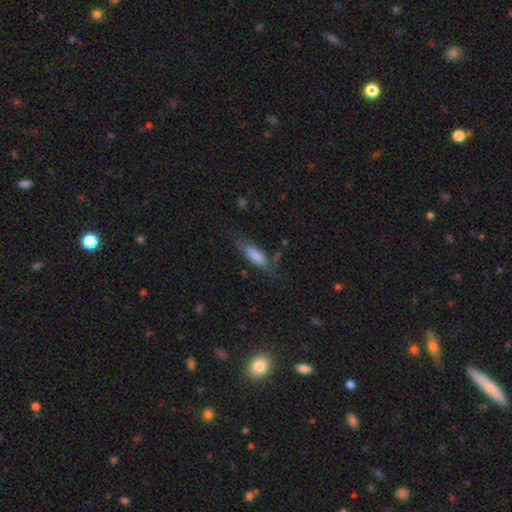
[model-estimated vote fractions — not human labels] A smooth galaxy with no disk features (76%) that is in between round and cigar-shaped (55%).

Vote fractions:
- Smooth or featured? smooth: 76% / featured or disk: 18% / star or artifact: 7%
- How rounded? in between: 55% / cigar-shaped: 43% / round: 2%
- Merging? none: 60% / minor disturbance: 25% / major disturbance: 12% / merger: 3%